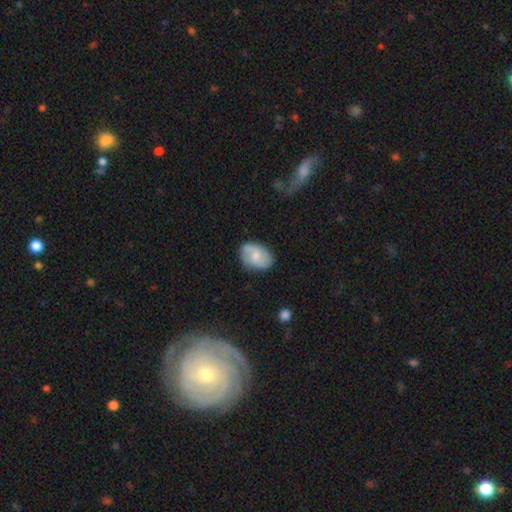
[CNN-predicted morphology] This is possibly a smooth galaxy (56%). How rounded: clearly in between (83%). Merging: likely none (77%).